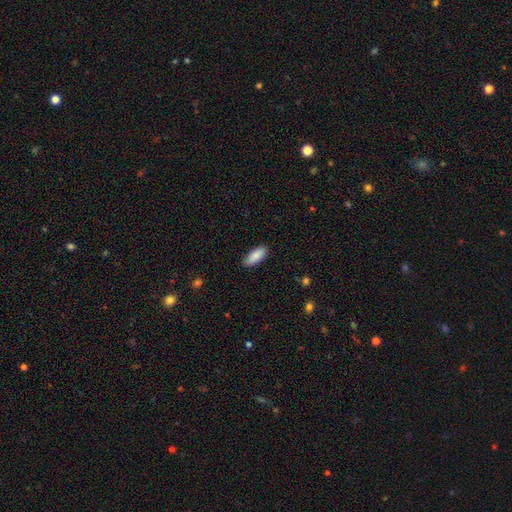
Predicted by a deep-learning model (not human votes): Overall: smooth (87%). How rounded: in between (79%). Merging: none (89%).